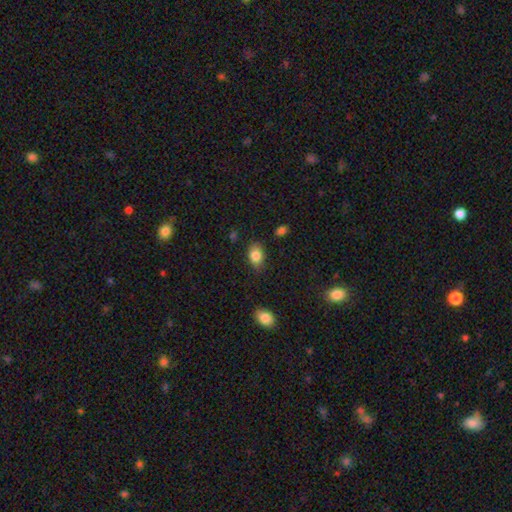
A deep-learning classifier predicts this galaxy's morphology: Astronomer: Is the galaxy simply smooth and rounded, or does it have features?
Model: smooth — 85%.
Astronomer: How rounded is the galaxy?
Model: in between — 81%.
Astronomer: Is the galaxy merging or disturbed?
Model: none — 76%.